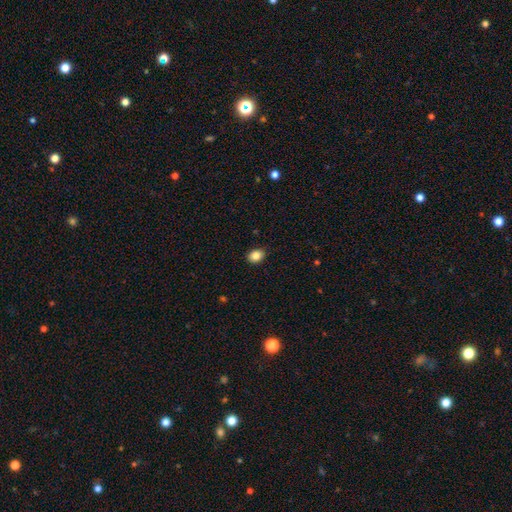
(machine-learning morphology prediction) Smooth or featured? smooth (86%)
How rounded? in between (62%)
Merging? none (89%)